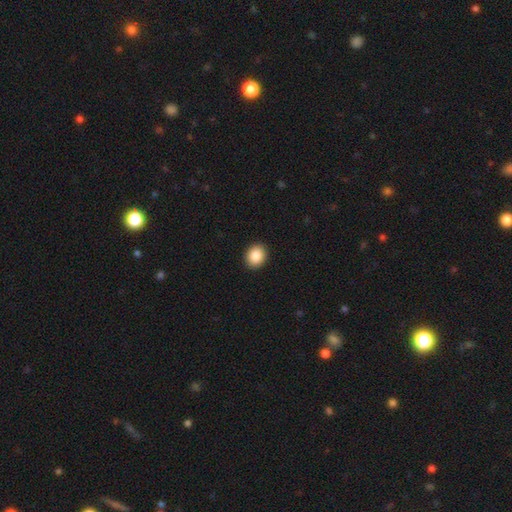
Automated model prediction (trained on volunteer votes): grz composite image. It shows a smooth galaxy with no disk features (88%) that is round (61%). Merging: none (92%).